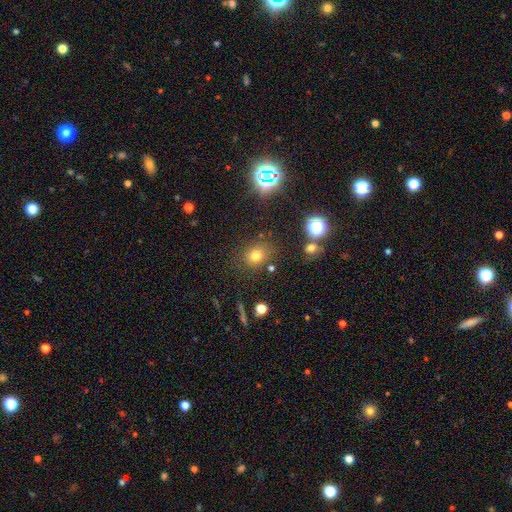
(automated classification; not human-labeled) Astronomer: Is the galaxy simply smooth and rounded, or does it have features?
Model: smooth — 70%.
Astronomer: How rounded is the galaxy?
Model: round — 70%.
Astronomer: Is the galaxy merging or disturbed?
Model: none — 80%.